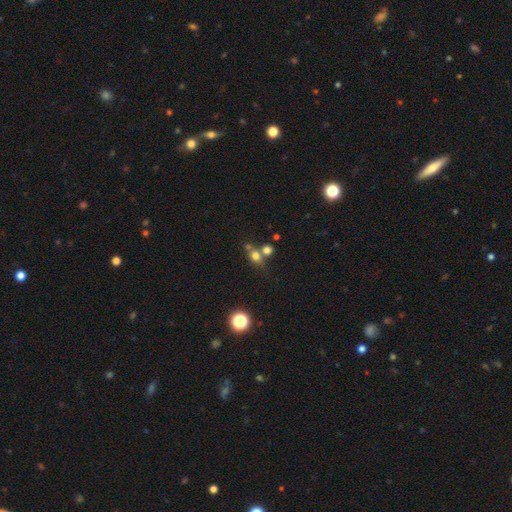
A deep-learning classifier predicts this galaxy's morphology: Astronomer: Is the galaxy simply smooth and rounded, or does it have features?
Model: smooth — 69%.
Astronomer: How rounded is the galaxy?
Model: round — 53% (runner-up: in between, 43%).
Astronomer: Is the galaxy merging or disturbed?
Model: none — 45% (runner-up: merger, 38%).